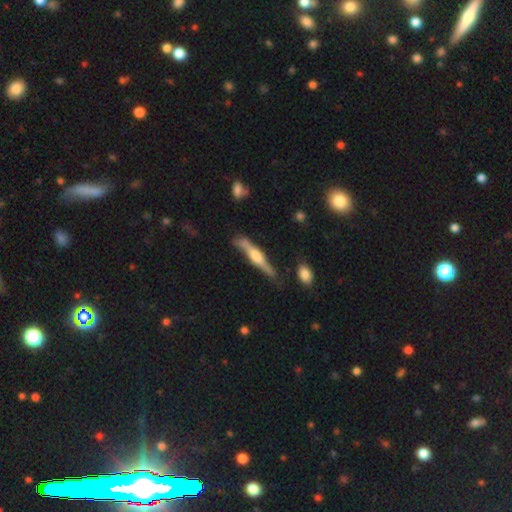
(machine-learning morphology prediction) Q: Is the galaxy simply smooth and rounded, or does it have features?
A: featured or disk — 71%.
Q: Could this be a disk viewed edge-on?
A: yes — 94%.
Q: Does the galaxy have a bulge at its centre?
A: rounded — 76%.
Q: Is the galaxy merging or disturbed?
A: none — 70%.